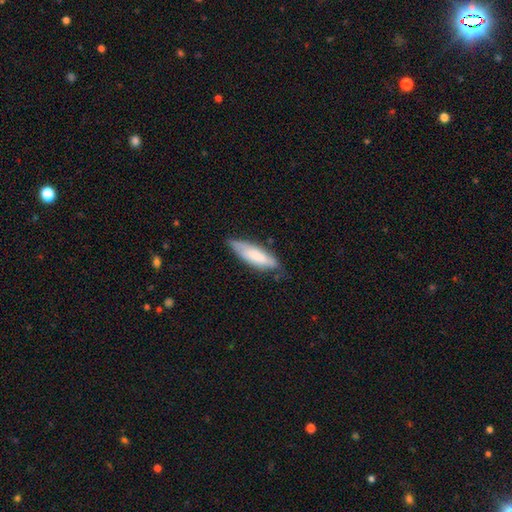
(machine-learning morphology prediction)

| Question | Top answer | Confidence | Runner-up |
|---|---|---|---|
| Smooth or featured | smooth | 74% | featured or disk (20%) |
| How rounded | in between | 50% | cigar-shaped (49%) |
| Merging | none | 65% | minor disturbance (28%) |